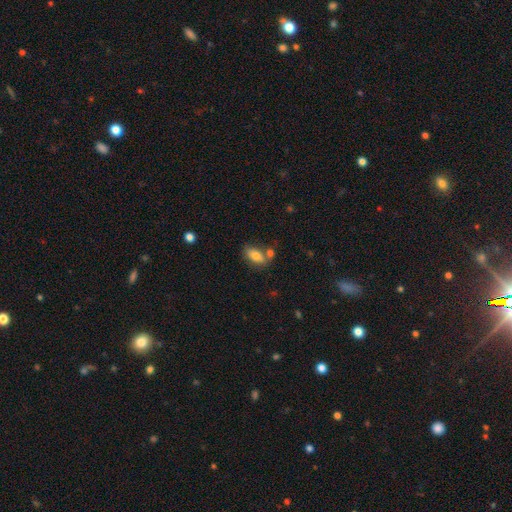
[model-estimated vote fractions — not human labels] The model was most divided on "merging": none: 59%, merger: 23%, minor disturbance: 14%, major disturbance: 4%. More confident: how rounded — in between (86%); smooth or featured — smooth (79%).